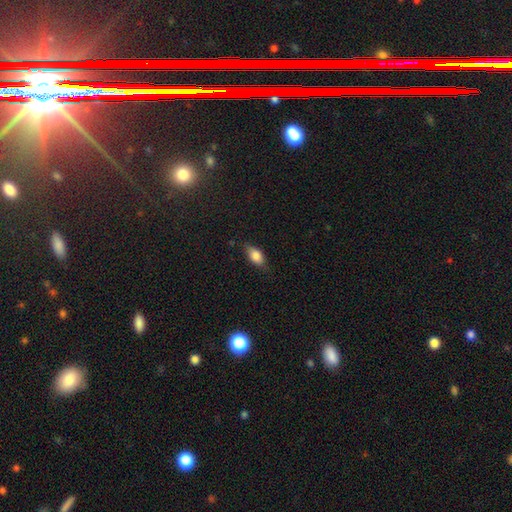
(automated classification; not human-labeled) Smooth or featured?
  - smooth: 80% *
  - featured or disk: 12%
  - star or artifact: 8%
How rounded?
  - in between: 85% *
  - cigar-shaped: 9%
  - round: 6%
Merging?
  - none: 75% *
  - minor disturbance: 20%
  - major disturbance: 4%
  - merger: 1%